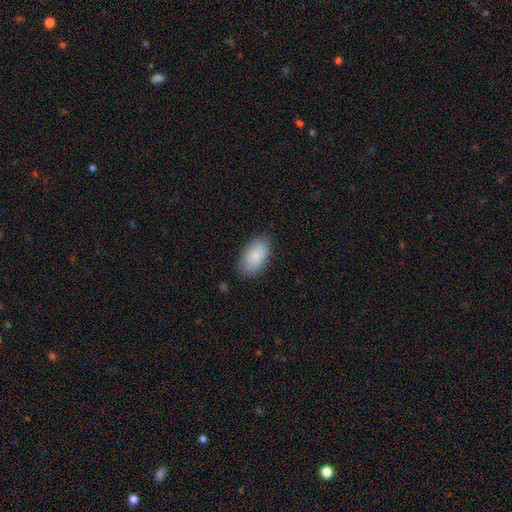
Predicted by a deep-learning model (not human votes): This appears to be a smooth galaxy with no disk features (86%) that is in between round and cigar-shaped (94%). Merging: none (84%).